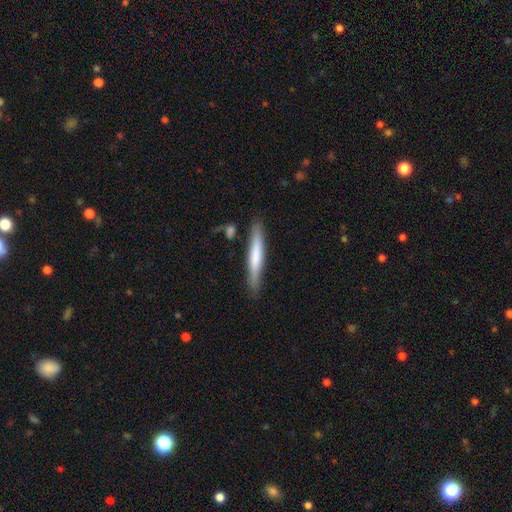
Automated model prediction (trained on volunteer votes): Smooth or featured? Predicted: smooth (p=0.62). How rounded? Predicted: cigar-shaped (p=0.94). Merging? Predicted: none (p=0.83).